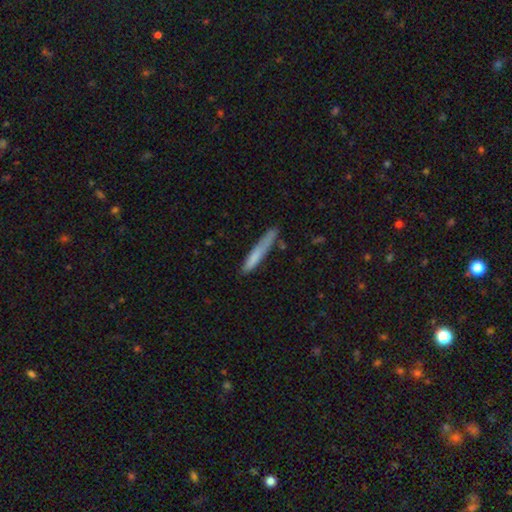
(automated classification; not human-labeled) Q: Smooth or featured?
A: smooth (74%); runner-up: featured or disk (19%)
Q: How rounded?
A: cigar-shaped (95%); runner-up: in between (4%)
Q: Merging?
A: none (70%); runner-up: minor disturbance (21%)